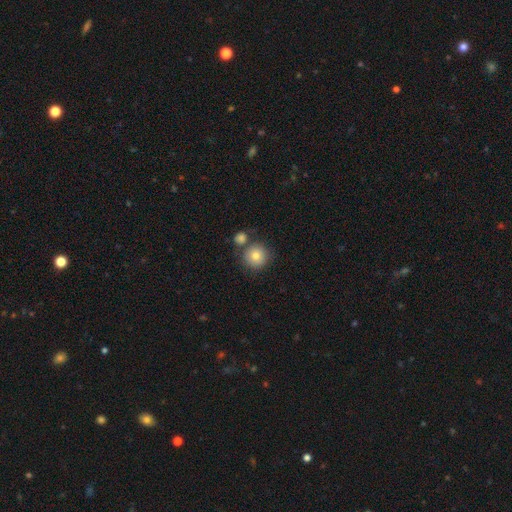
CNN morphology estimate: Smooth or featured? Predicted: smooth (p=0.80). How rounded? Predicted: round (p=0.93). Merging? Predicted: none (p=0.69).